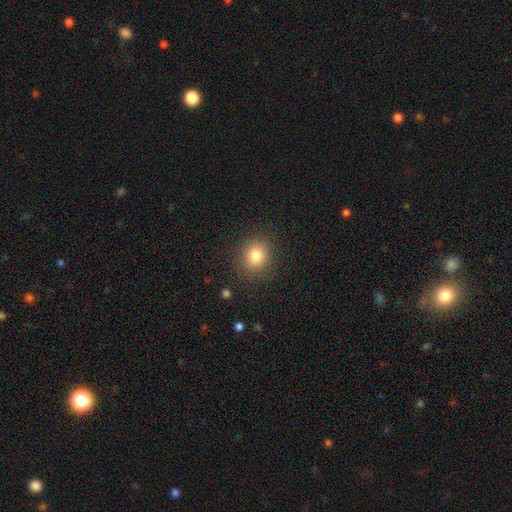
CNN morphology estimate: smooth-or-featured: smooth: 81% | star or artifact: 12% | featured or disk: 7%
  how-rounded: round: 78% | in between: 21% | cigar-shaped: 1%
  merging: none: 87% | minor disturbance: 8% | major disturbance: 3% | merger: 1%